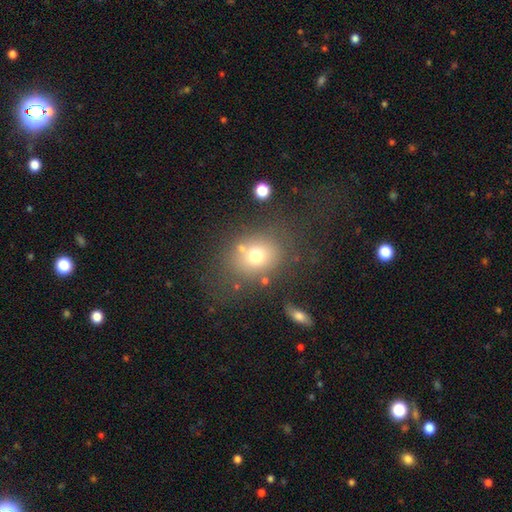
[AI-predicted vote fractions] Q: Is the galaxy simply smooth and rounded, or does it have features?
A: smooth — 69%.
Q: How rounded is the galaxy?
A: round — 60%.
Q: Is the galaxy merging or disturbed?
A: none — 68%.